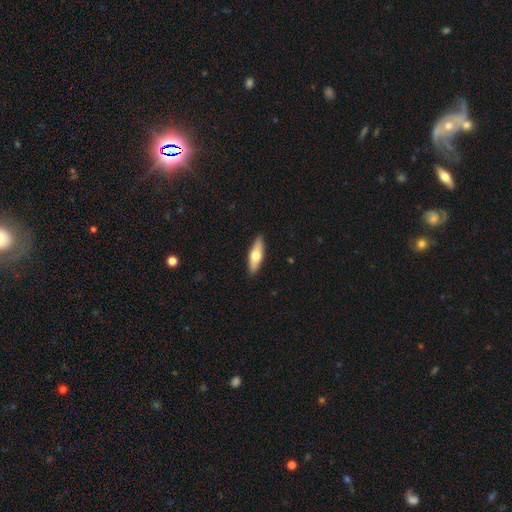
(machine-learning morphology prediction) Smooth or featured? Predicted: smooth (p=0.55). How rounded? Predicted: cigar-shaped (p=0.50). Merging? Predicted: none (p=0.90).